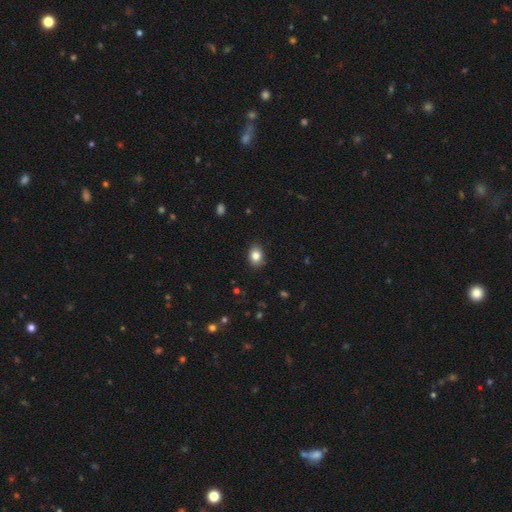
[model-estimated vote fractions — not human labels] A smooth galaxy with no disk features (84%) that is in between round and cigar-shaped (62%).

Vote fractions:
- Smooth or featured? smooth: 84% / star or artifact: 9% / featured or disk: 7%
- How rounded? in between: 62% / round: 37% / cigar-shaped: 1%
- Merging? none: 87% / minor disturbance: 10% / major disturbance: 2% / merger: 1%